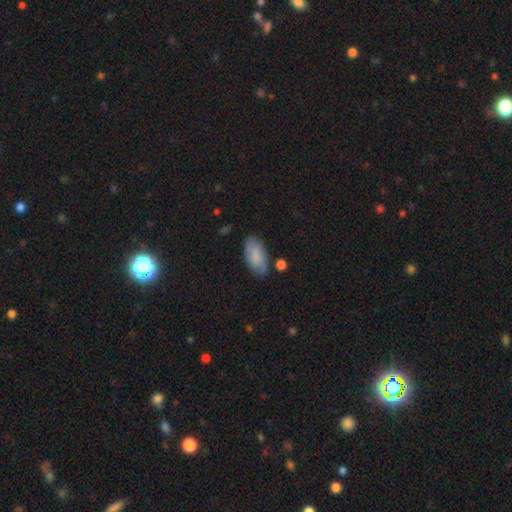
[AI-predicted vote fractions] A smooth galaxy with no disk features (79%) that is in between round and cigar-shaped (92%).

Vote fractions:
- Smooth or featured? smooth: 79% / featured or disk: 14% / star or artifact: 6%
- How rounded? in between: 92% / cigar-shaped: 6% / round: 2%
- Merging? none: 77% / minor disturbance: 17% / major disturbance: 3% / merger: 3%